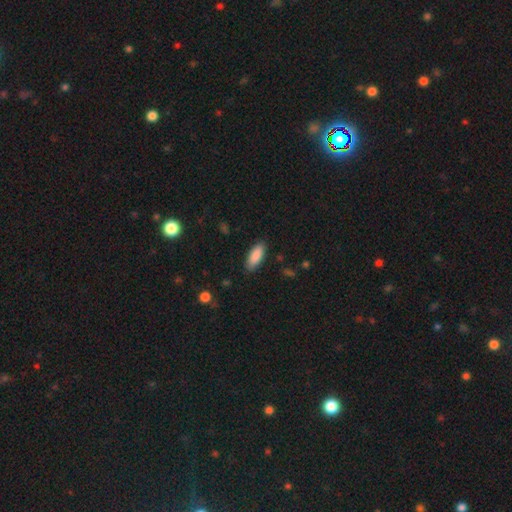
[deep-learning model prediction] Q: Smooth or featured?
A: smooth (88%); runner-up: star or artifact (6%)
Q: How rounded?
A: in between (75%); runner-up: cigar-shaped (23%)
Q: Merging?
A: none (86%); runner-up: minor disturbance (10%)